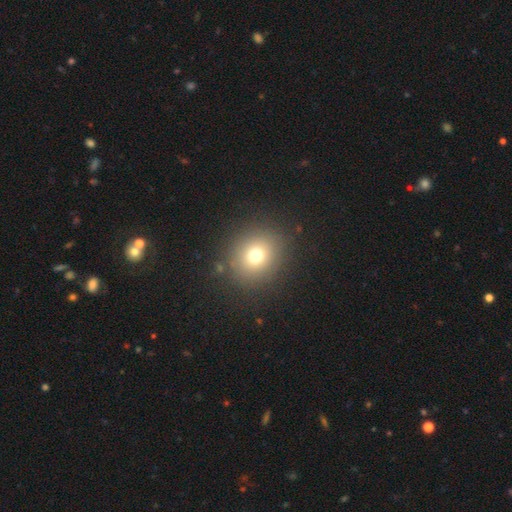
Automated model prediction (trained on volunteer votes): Overall: smooth (73%). How rounded: round (84%). Merging: none (87%).